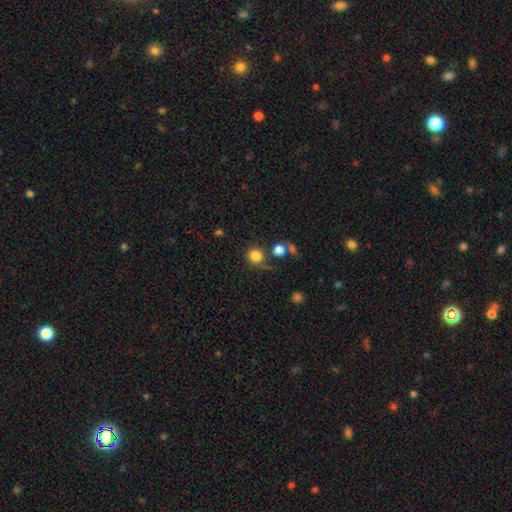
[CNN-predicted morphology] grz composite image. It shows a smooth galaxy with no disk features (82%) that is round (91%). Merging: none (66%).